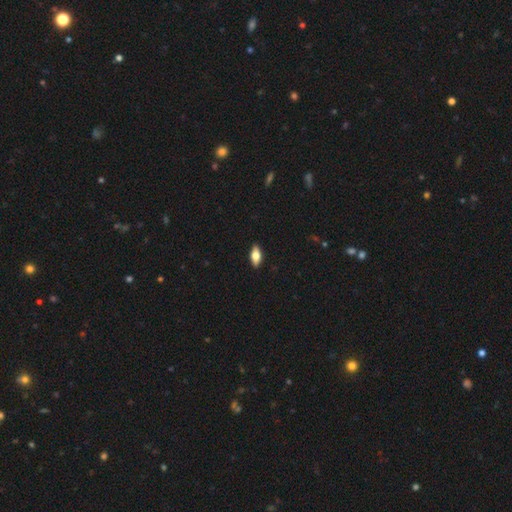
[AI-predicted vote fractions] This appears to be a smooth galaxy with no disk features (65%) that is in between round and cigar-shaped (82%). Merging: none (90%).